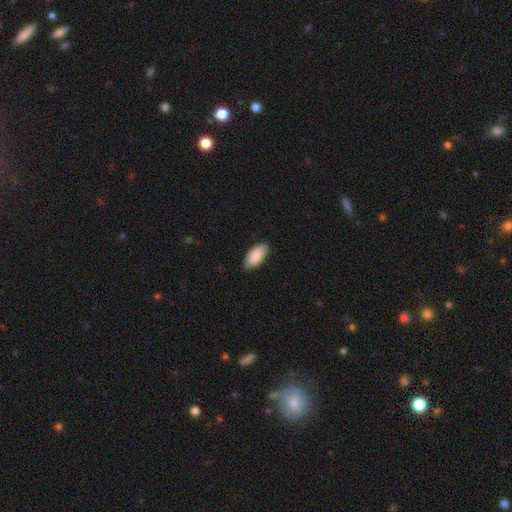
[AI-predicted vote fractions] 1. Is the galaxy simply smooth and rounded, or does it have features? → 89% smooth, 6% star or artifact, 5% featured or disk.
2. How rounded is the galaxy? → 93% in between, 5% cigar-shaped, 2% round.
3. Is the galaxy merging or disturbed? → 81% none, 15% minor disturbance, 2% major disturbance, 1% merger.